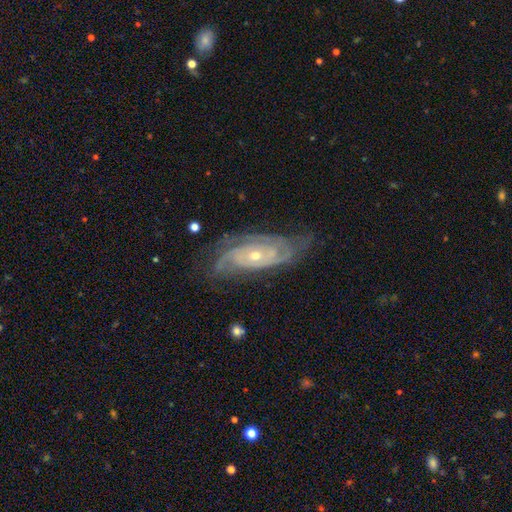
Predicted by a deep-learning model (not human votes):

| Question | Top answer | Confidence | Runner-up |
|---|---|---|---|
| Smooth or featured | featured or disk | 88% | smooth (6%) |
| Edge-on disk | no | 93% | yes (7%) |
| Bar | no | 75% | weak (20%) |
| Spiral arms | yes | 96% | no (4%) |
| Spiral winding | tight | 67% | medium (27%) |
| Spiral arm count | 2 | 31% | can't tell (25%) |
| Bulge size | small | 59% | moderate (38%) |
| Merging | none | 71% | minor disturbance (20%) |